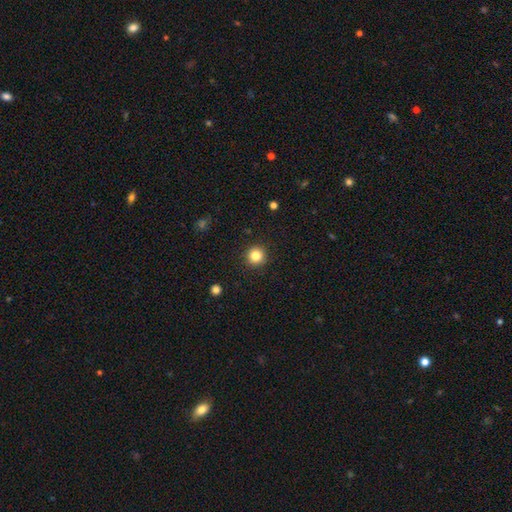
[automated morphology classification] Overall: smooth (83%). How rounded: round (95%). Merging: none (92%).